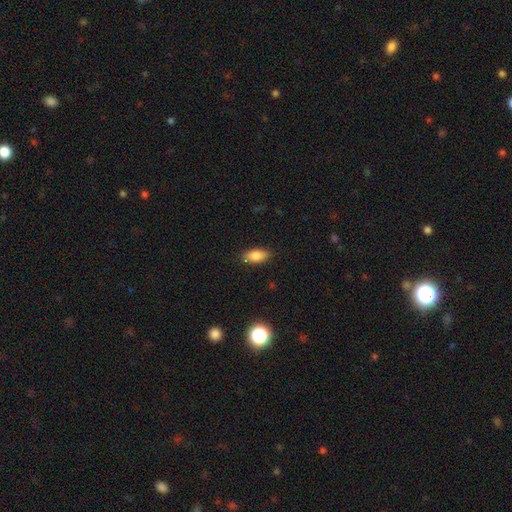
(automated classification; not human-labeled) Smooth or featured? Predicted: smooth (p=0.84). How rounded? Predicted: in between (p=0.88). Merging? Predicted: none (p=0.86).